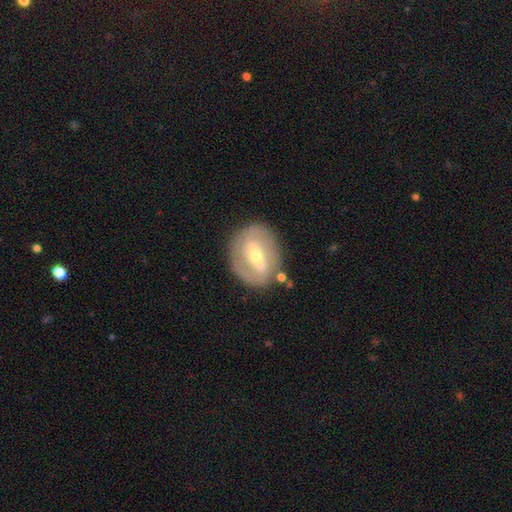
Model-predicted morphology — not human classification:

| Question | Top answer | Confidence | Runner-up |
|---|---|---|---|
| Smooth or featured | featured or disk | 74% | smooth (20%) |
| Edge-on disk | no | 93% | yes (7%) |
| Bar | strong | 52% | weak (35%) |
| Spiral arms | yes | 64% | no (36%) |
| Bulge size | moderate | 51% | small (45%) |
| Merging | none | 76% | minor disturbance (15%) |